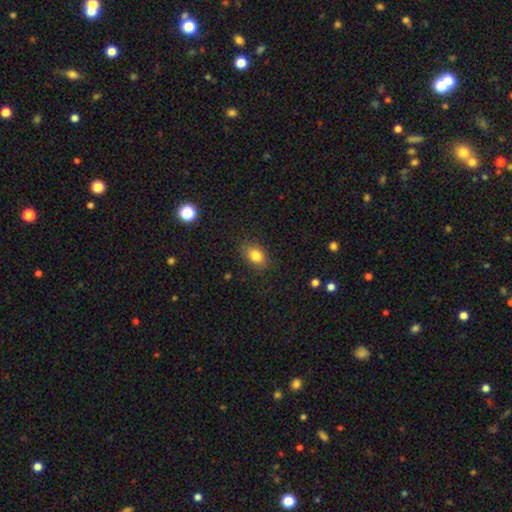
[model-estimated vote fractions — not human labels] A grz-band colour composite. It shows a smooth galaxy with no disk features (83%) that is in between round and cigar-shaped (71%). Merging: none (85%).